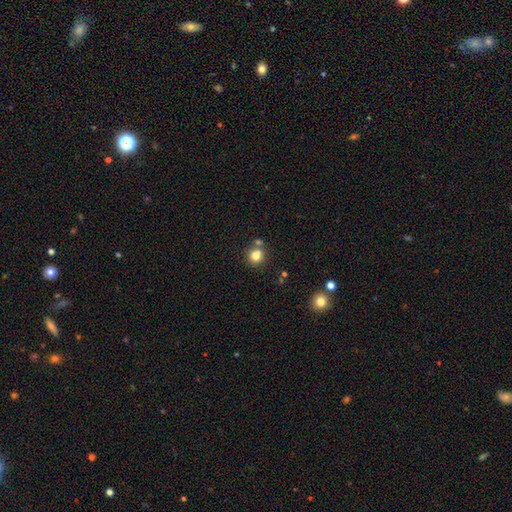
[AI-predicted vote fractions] This appears to be a smooth galaxy with no disk features (80%) that is round (89%). Merging: none (67%).